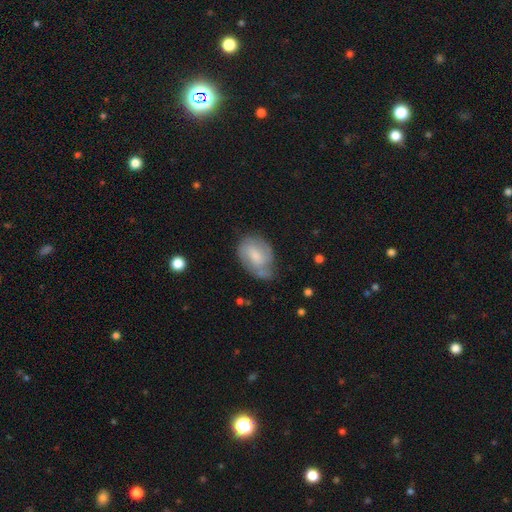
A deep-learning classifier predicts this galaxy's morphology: type=smooth (49%); merging=none (48%).